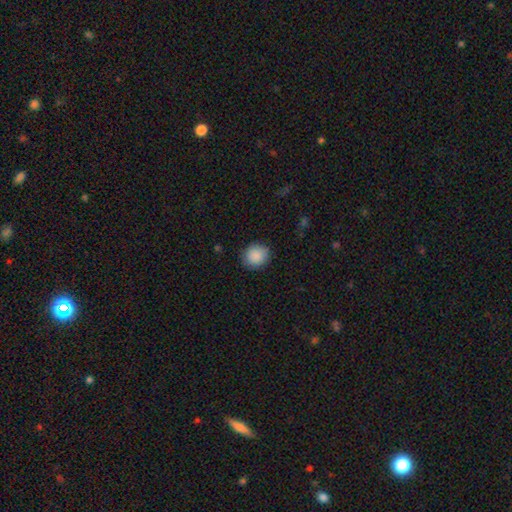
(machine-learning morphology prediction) Smooth or featured?
  - smooth: 90% *
  - star or artifact: 7%
  - featured or disk: 3%
How rounded?
  - round: 82% *
  - in between: 17%
  - cigar-shaped: 1%
Merging?
  - none: 87% *
  - minor disturbance: 9%
  - major disturbance: 2%
  - merger: 1%